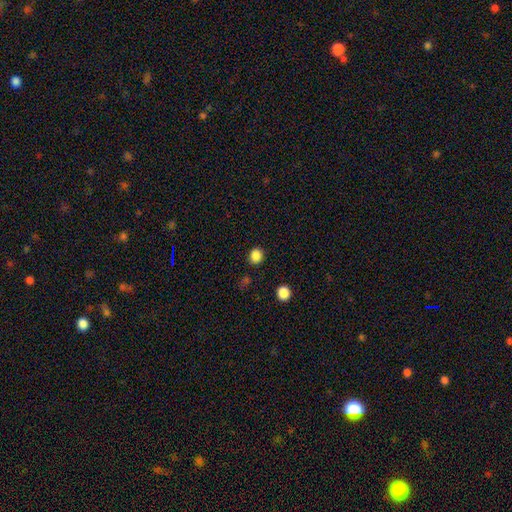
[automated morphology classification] type=smooth (85%); roundness=round (80%); merging=none (87%).